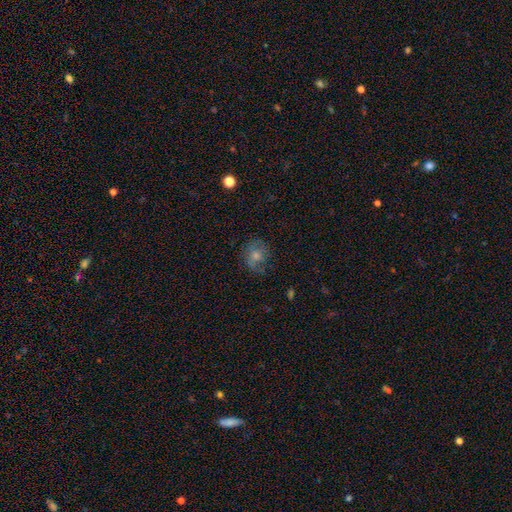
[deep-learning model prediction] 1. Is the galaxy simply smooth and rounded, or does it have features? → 61% smooth, 29% featured or disk, 10% star or artifact.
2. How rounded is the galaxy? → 69% round, 30% in between, 1% cigar-shaped.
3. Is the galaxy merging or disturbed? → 63% none, 23% minor disturbance, 12% major disturbance, 2% merger.